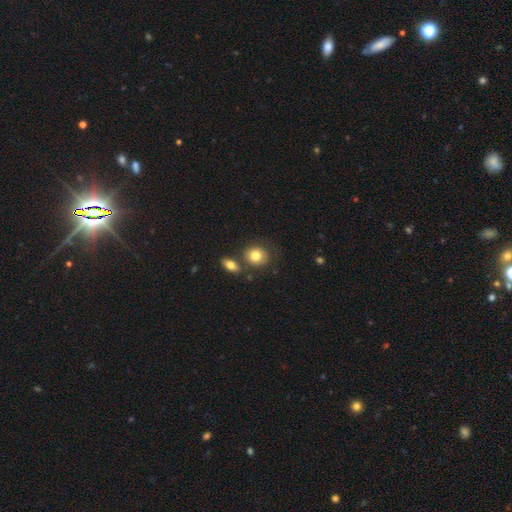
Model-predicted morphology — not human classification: Smooth or featured?
  - smooth: 79% *
  - featured or disk: 12%
  - star or artifact: 9%
How rounded?
  - round: 73% *
  - in between: 26%
  - cigar-shaped: 1%
Merging?
  - none: 66% *
  - merger: 17%
  - minor disturbance: 13%
  - major disturbance: 4%